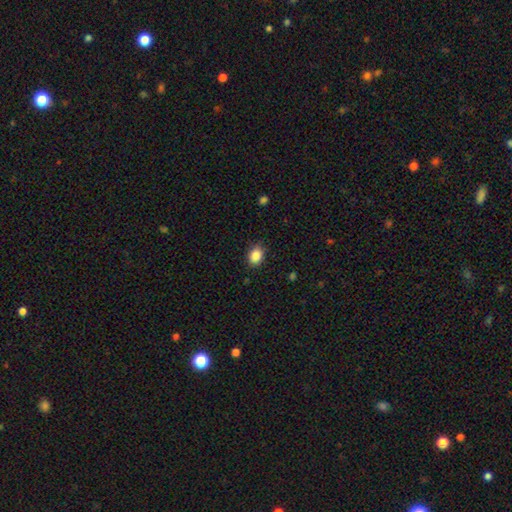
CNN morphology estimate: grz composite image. It shows a smooth galaxy with no disk features (87%) that is in between round and cigar-shaped (62%). Merging: none (85%).